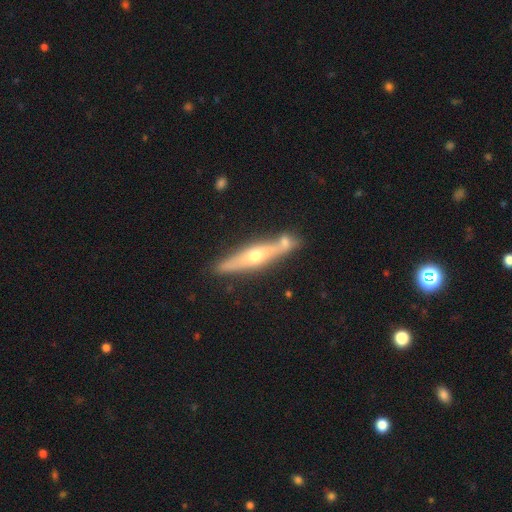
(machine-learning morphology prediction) This appears to be a featured or disk galaxy (68%) viewed edge-on (90%) with a rounded central bulge (91%). Merging: none (70%).